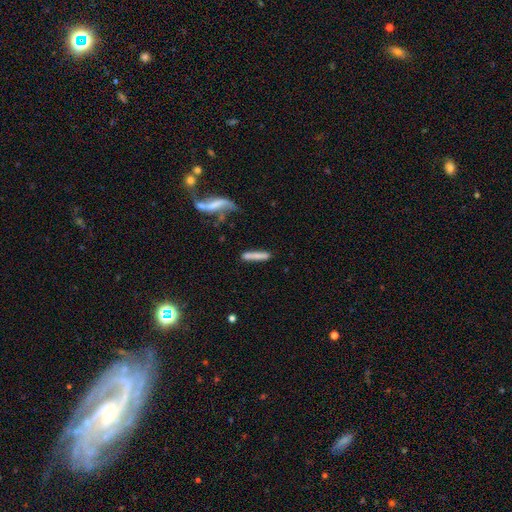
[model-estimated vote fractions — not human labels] Smooth or featured? smooth (71%)
How rounded? cigar-shaped (91%)
Merging? none (72%)